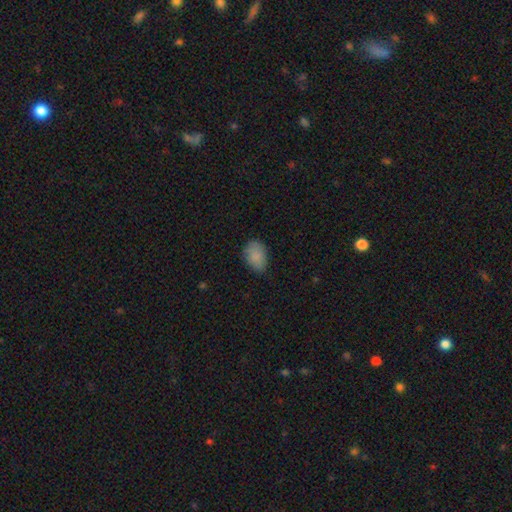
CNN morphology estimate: A smooth galaxy with no disk features (87%) that is in between round and cigar-shaped (83%).

Vote fractions:
- Smooth or featured? smooth: 87% / star or artifact: 8% / featured or disk: 5%
- How rounded? in between: 83% / round: 16% / cigar-shaped: 1%
- Merging? none: 79% / minor disturbance: 17% / major disturbance: 3% / merger: 1%